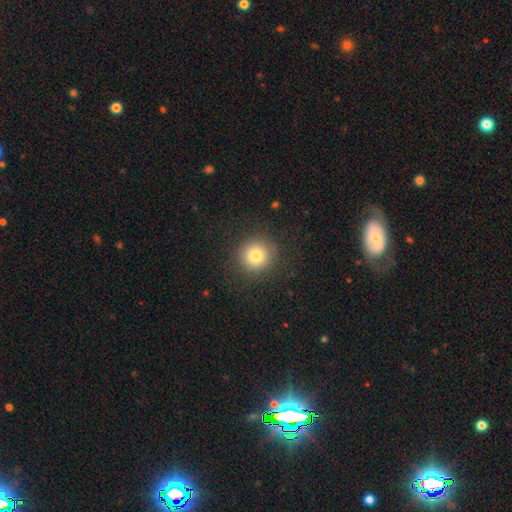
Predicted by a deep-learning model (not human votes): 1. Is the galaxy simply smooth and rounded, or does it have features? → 80% smooth, 12% star or artifact, 8% featured or disk.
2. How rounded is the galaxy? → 93% round, 6% in between, 1% cigar-shaped.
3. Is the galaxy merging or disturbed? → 89% none, 7% minor disturbance, 3% major disturbance, 1% merger.